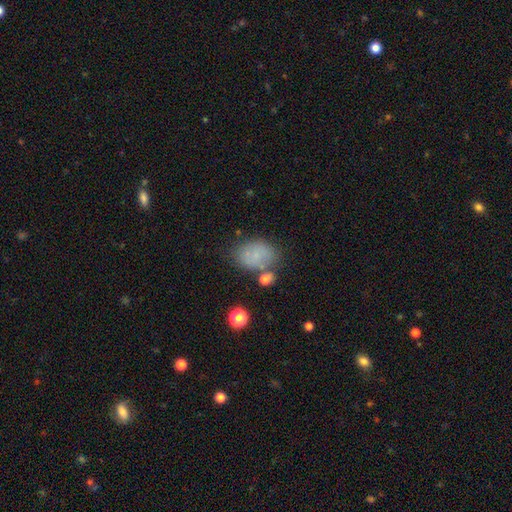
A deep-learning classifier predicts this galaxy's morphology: type=smooth (69%); roundness=in between (71%); merging=none (61%).